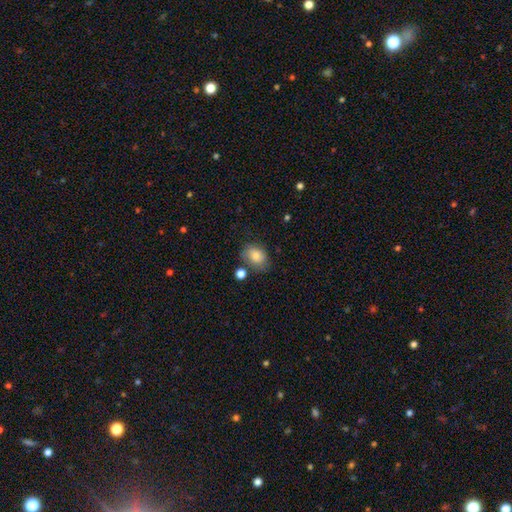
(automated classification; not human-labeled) Smooth or featured: smooth — 83% (star or artifact — 9%)
How rounded: in between — 68% (round — 31%)
Merging: none — 66% (minor disturbance — 21%)